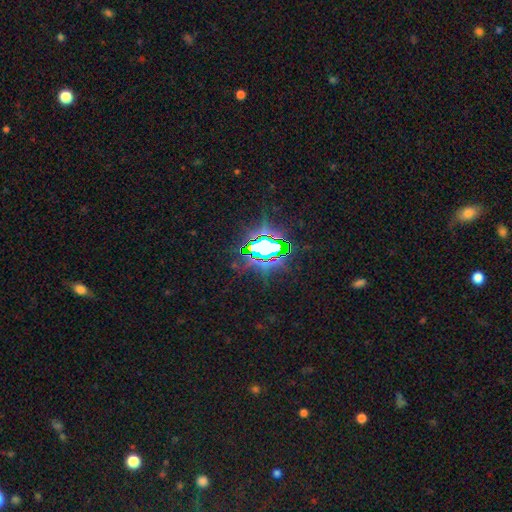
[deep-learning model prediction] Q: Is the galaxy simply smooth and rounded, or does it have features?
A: star or artifact — 82%.